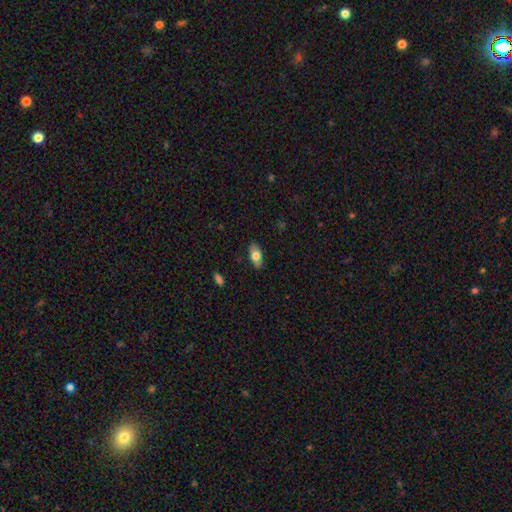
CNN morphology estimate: type=smooth (72%); roundness=in between (90%); merging=none (87%).